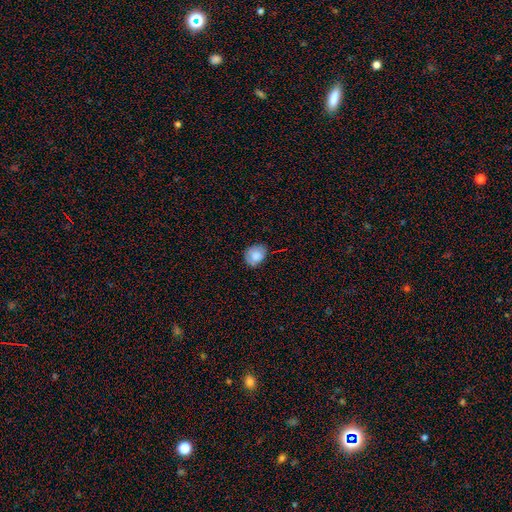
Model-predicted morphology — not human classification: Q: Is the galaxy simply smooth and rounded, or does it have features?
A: smooth — 79%.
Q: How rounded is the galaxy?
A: round — 54%.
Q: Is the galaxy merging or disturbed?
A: none — 73%.